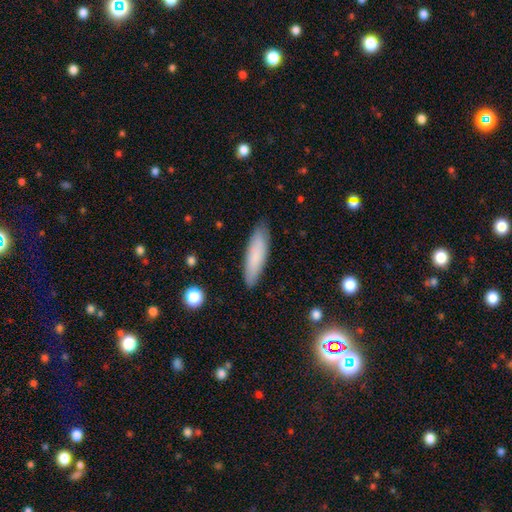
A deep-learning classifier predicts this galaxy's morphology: Overall: smooth (82%). How rounded: cigar-shaped (64%; in between 34%). Merging: none (87%).